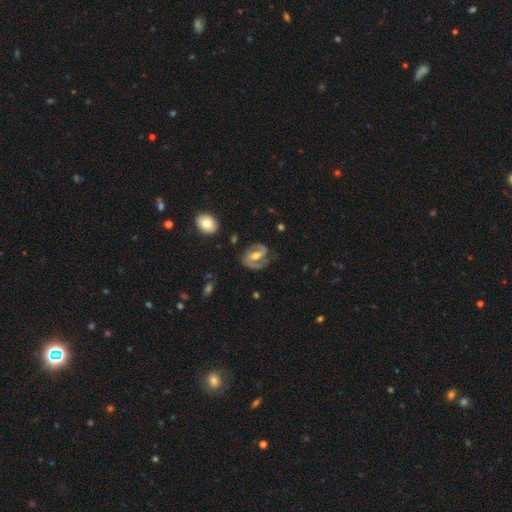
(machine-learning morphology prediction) This appears to be a featured or disk galaxy (86%) with a weak bar (40%), 2 (88%) medium (52%) spiral arms (95%) and a moderate central bulge (66%). Merging: none (74%).